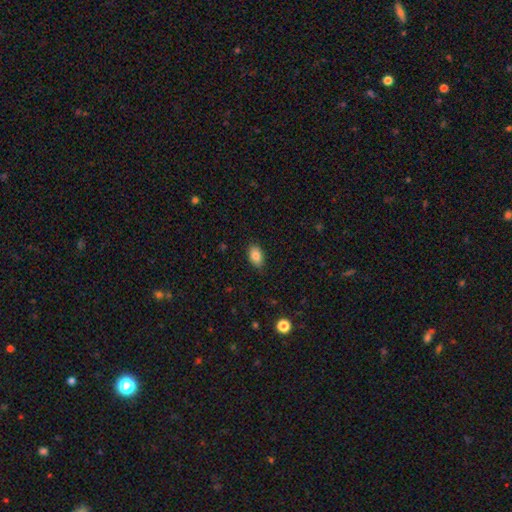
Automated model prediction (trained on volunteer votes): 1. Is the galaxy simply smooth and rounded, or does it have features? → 83% smooth, 9% featured or disk, 8% star or artifact.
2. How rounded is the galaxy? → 89% in between, 9% round, 2% cigar-shaped.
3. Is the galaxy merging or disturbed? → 83% none, 14% minor disturbance, 2% major disturbance, 1% merger.